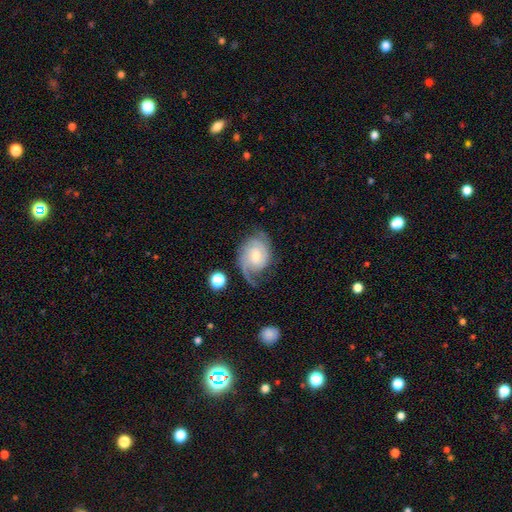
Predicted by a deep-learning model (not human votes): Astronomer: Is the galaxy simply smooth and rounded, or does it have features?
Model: featured or disk — 79%.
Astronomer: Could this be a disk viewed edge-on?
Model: no — 97%.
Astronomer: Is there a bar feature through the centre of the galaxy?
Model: no — 65%.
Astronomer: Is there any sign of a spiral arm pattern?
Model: yes — 95%.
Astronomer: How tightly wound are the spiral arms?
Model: tight — 40% (runner-up: medium, 39%).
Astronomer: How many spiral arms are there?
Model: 2 — 47%.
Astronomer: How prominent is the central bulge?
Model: small — 46% (runner-up: moderate, 45%).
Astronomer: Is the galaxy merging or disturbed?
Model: none — 54%.